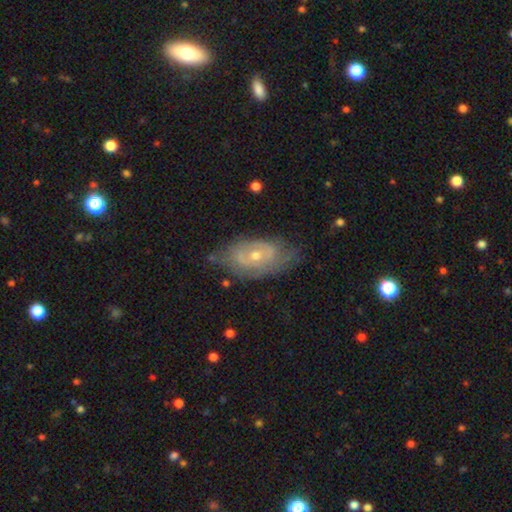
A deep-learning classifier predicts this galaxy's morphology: Smooth or featured? featured or disk (72%)
Edge-on disk? no (93%)
Bar? no (73%)
Spiral arms? yes (71%)
Bulge size? moderate (51%)
Merging? none (58%)